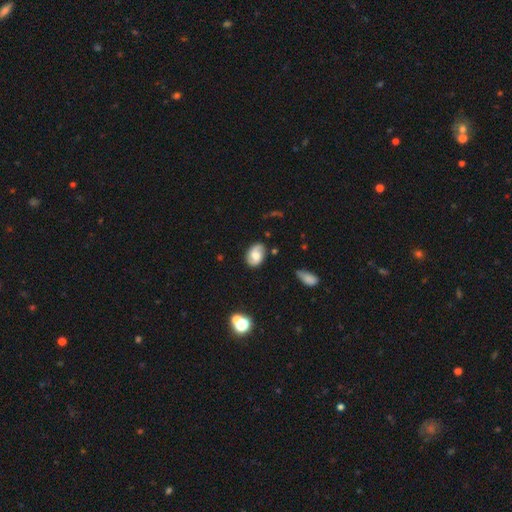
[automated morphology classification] Overall: featured or disk (47%; smooth 44%). Merging: none (76%).